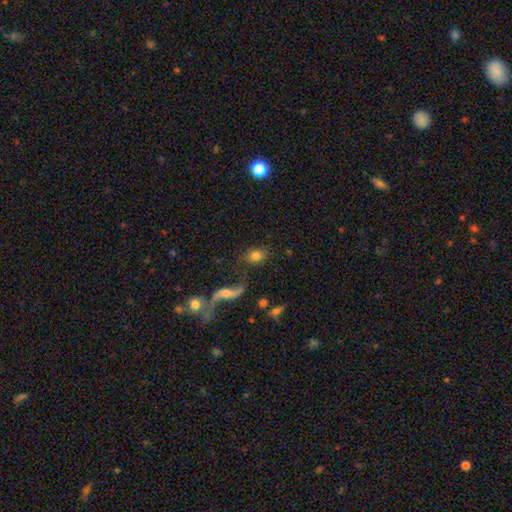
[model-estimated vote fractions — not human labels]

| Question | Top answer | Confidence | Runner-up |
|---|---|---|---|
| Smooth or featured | smooth | 71% | featured or disk (20%) |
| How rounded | in between | 73% | round (24%) |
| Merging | none | 68% | minor disturbance (15%) |